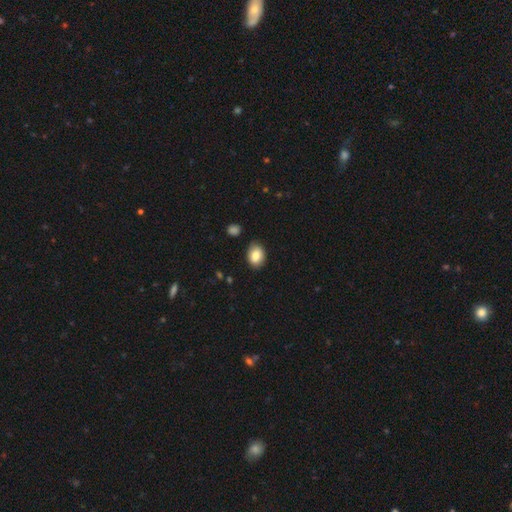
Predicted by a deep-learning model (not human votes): smooth-or-featured: smooth: 84% | featured or disk: 8% | star or artifact: 8%
  how-rounded: in between: 72% | round: 27% | cigar-shaped: 1%
  merging: none: 83% | minor disturbance: 13% | major disturbance: 3% | merger: 2%